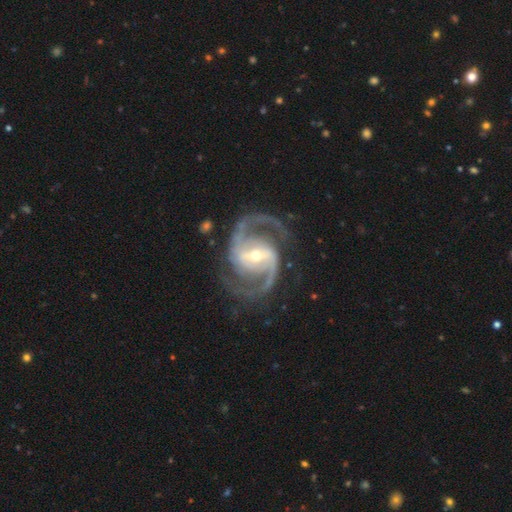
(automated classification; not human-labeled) Morphology: type=featured or disk (93%); edge-on=no (98%); bar=strong (52%); spiral arms=yes (98%); winding=medium (65%); arm count=2 (92%); bulge=small (55%); merging=none (80%).